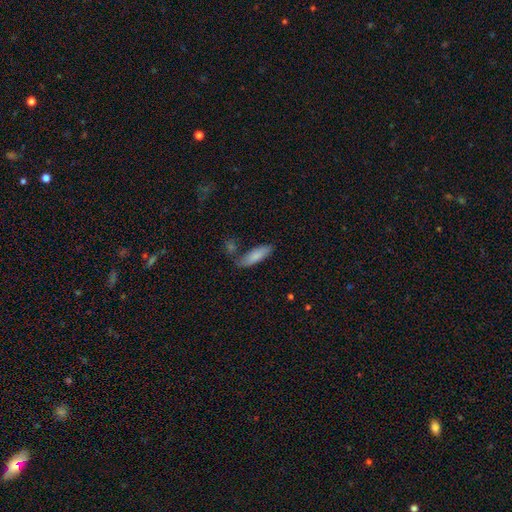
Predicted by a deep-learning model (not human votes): smooth_or_featured: smooth (p=0.82) [alt: featured or disk p=0.12]
how_rounded: cigar-shaped (p=0.51) [alt: in between p=0.47]
merging: none (p=0.68) [alt: minor disturbance p=0.17]